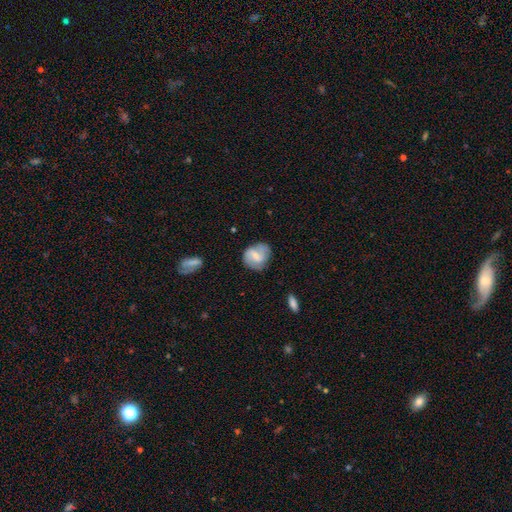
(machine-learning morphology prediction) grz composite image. It shows a featured or disk galaxy (56%) with a weak bar (51%), spiral arms (82%) and a small central bulge (52%). Merging: none (71%).